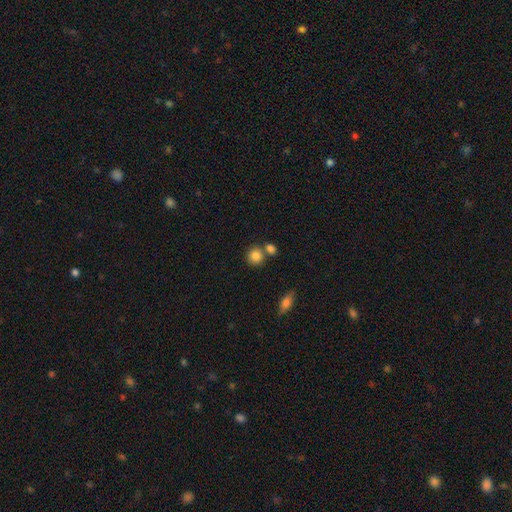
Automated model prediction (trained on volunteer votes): Morphology: type=smooth (85%); roundness=round (84%); merging=none (63%).